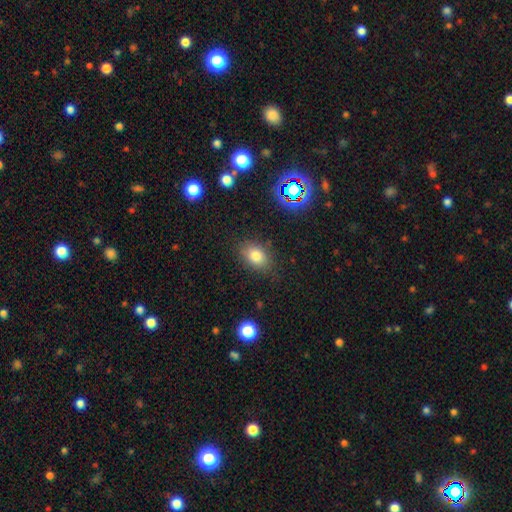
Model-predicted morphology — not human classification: Smooth or featured? Predicted: smooth (p=0.78). How rounded? Predicted: in between (p=0.76). Merging? Predicted: none (p=0.81).